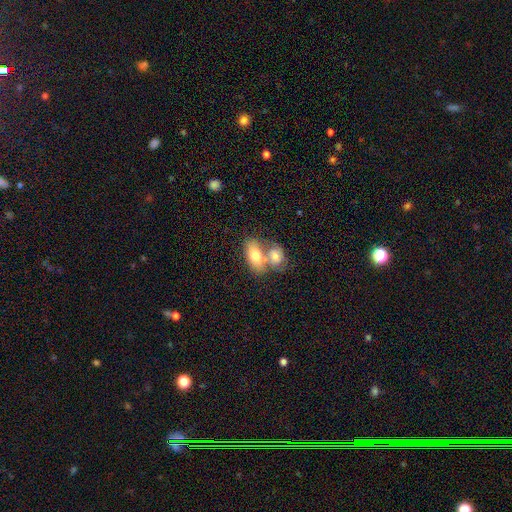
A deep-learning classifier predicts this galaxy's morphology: smooth 71%, featured or disk 23%, star or artifact 7%. Down the decision tree: how rounded — in between (87%); merging — merger (65%).